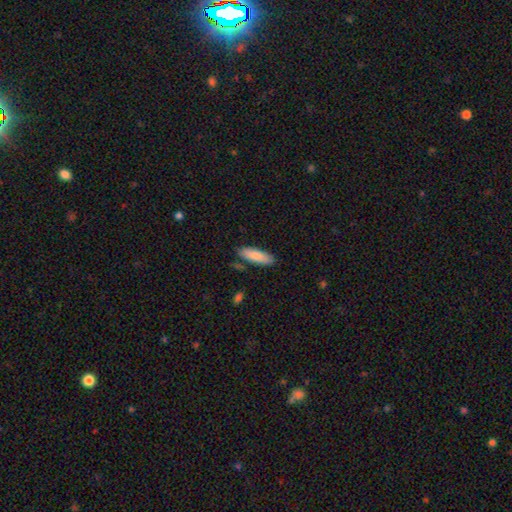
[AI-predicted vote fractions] Smooth or featured? smooth (85%)
How rounded? in between (55%)
Merging? none (82%)